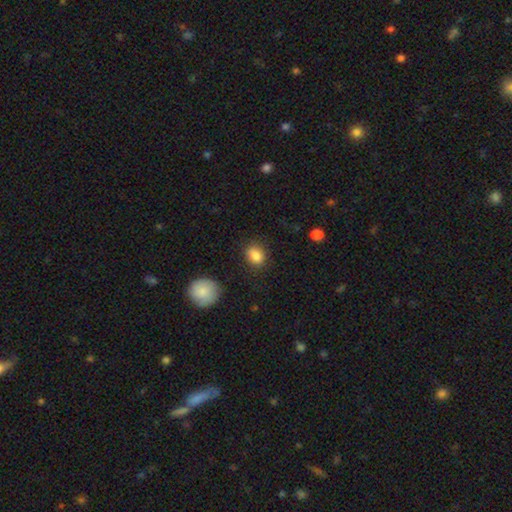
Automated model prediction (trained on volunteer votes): smooth 86%, star or artifact 9%, featured or disk 5%. Down the decision tree: how rounded — in between (54%); merging — none (81%).